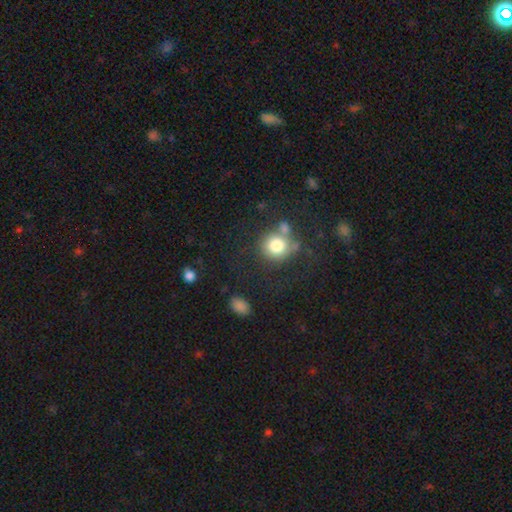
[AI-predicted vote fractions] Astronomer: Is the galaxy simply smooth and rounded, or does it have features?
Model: smooth — 57% (runner-up: star or artifact, 33%).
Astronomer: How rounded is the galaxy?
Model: round — 87%.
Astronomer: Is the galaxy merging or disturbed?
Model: none — 76%.